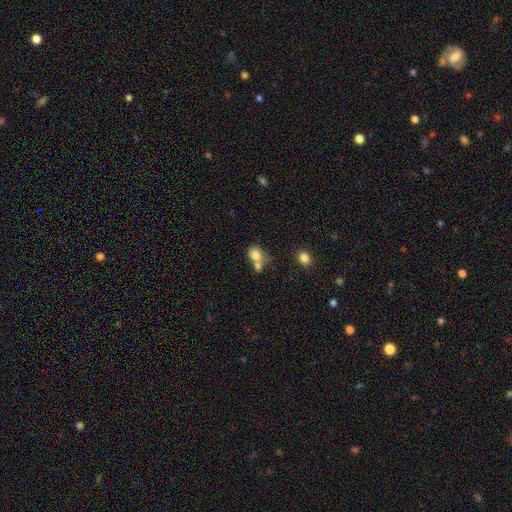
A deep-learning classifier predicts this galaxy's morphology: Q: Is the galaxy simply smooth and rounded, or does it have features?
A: smooth — 78%.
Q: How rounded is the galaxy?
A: in between — 52%.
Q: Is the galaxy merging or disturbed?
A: merger — 52%.